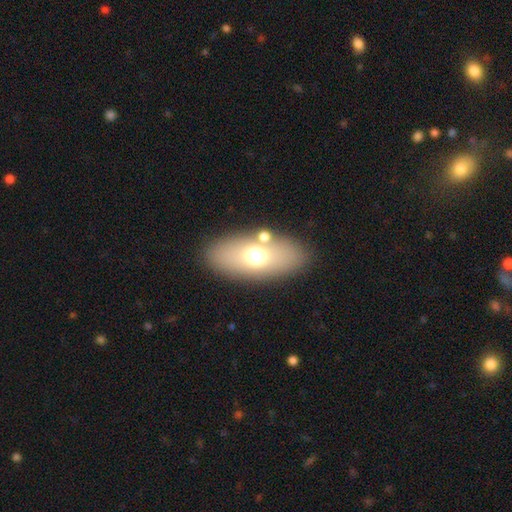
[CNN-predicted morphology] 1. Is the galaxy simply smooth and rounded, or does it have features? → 63% smooth, 26% featured or disk, 11% star or artifact.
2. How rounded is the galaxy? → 82% in between, 9% cigar-shaped, 9% round.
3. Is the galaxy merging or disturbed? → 77% none, 10% minor disturbance, 9% merger, 5% major disturbance.